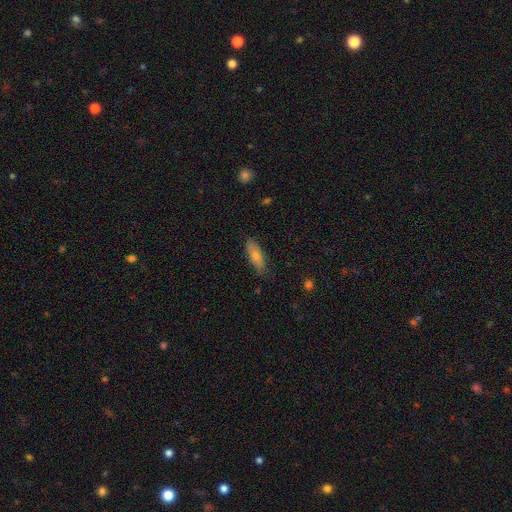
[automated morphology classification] A smooth galaxy with no disk features (64%) that is in between round and cigar-shaped (56%). Merging: none (81%).